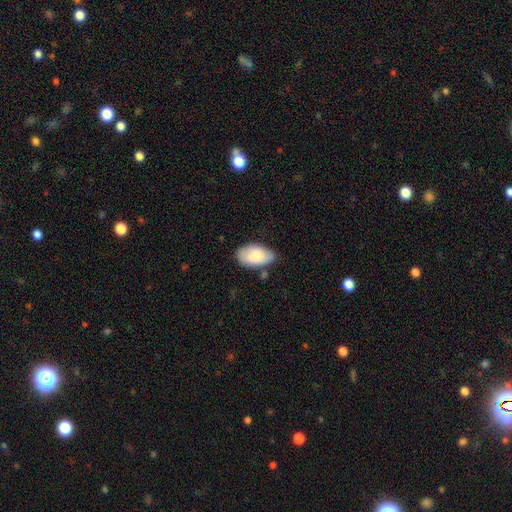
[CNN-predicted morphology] type=smooth (80%); roundness=in between (95%); merging=none (70%).